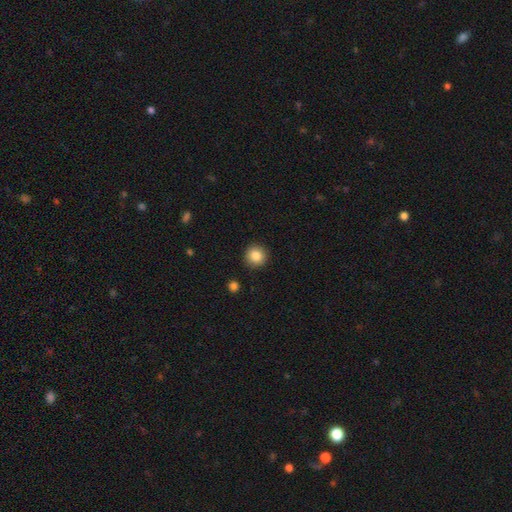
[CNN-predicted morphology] Smooth or featured? Predicted: smooth (p=0.85). How rounded? Predicted: round (p=0.94). Merging? Predicted: none (p=0.91).